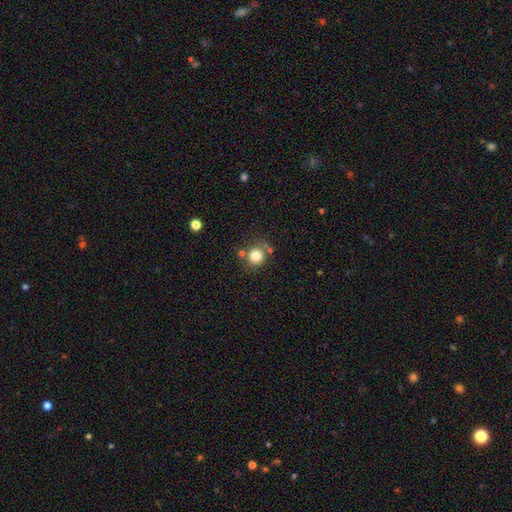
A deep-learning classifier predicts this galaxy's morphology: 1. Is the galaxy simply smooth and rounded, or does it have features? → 80% smooth, 12% star or artifact, 8% featured or disk.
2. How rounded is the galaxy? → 89% round, 10% in between, 1% cigar-shaped.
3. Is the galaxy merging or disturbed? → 71% none, 12% merger, 12% minor disturbance, 4% major disturbance.